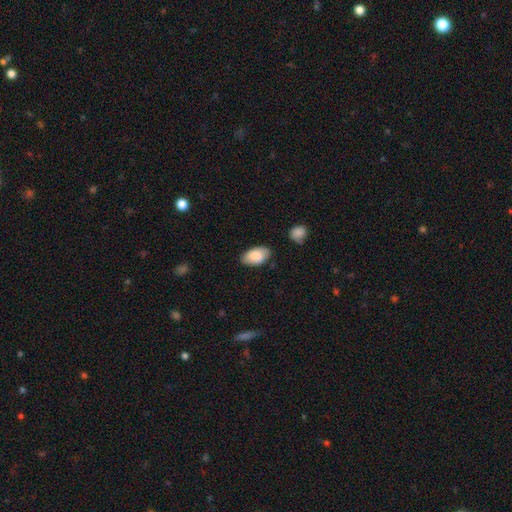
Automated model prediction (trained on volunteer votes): smooth-or-featured: smooth: 86% | featured or disk: 8% | star or artifact: 6%
  how-rounded: in between: 95% | round: 4% | cigar-shaped: 2%
  merging: none: 78% | minor disturbance: 17% | major disturbance: 3% | merger: 2%